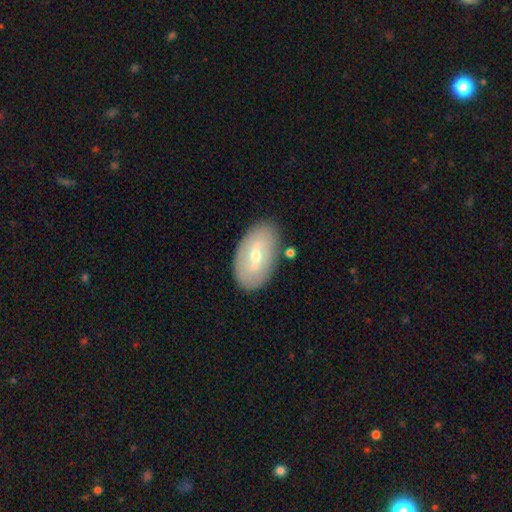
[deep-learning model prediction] This is possibly a featured or disk galaxy (55%). It is clearly not viewed edge-on (88%). Merging: clearly none (84%).